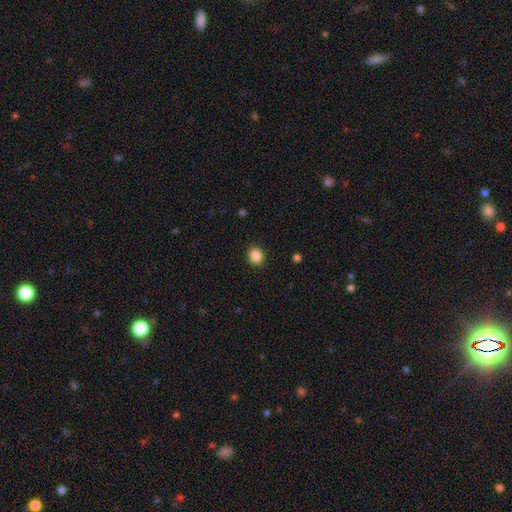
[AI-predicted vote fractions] The model was most divided on "how rounded": round: 74%, in between: 25%, cigar-shaped: 1%. More confident: merging — none (91%); smooth or featured — smooth (87%).